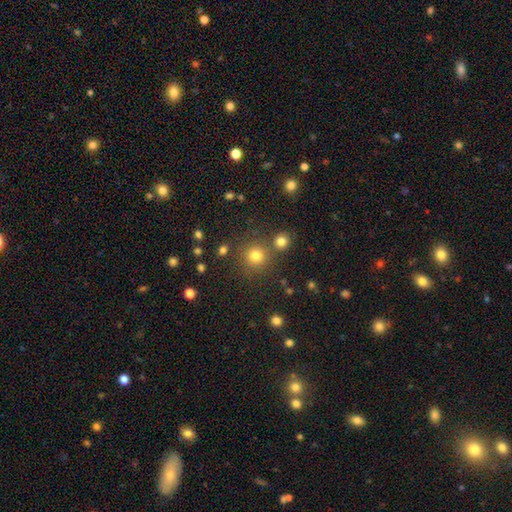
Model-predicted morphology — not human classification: The model was most divided on "smooth or featured": smooth: 78%, star or artifact: 16%, featured or disk: 6%. More confident: how rounded — round (93%); merging — none (78%).